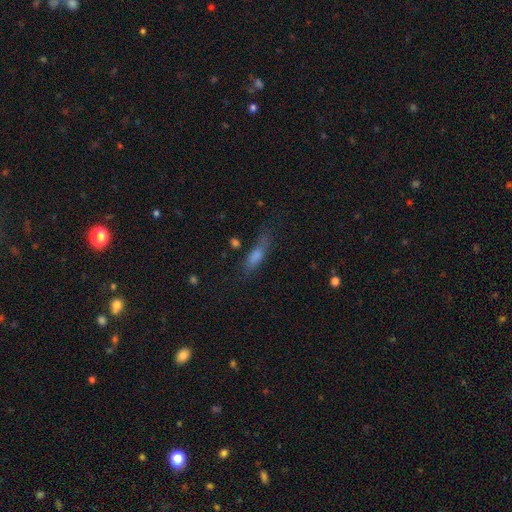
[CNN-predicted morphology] type=smooth (61%); roundness=cigar-shaped (64%); merging=none (61%).